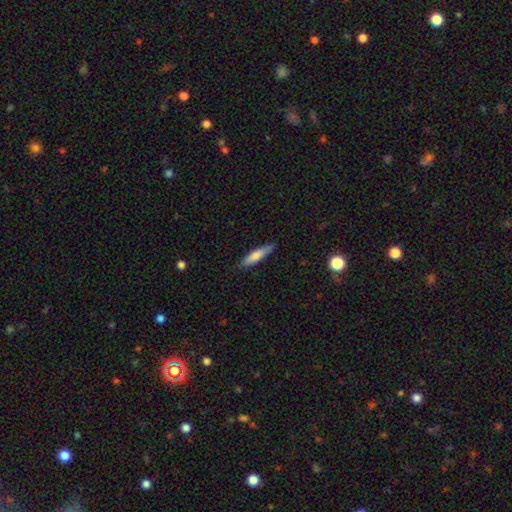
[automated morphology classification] Smooth or featured?
  - smooth: 73% *
  - featured or disk: 21%
  - star or artifact: 6%
How rounded?
  - cigar-shaped: 78% *
  - in between: 21%
  - round: 1%
Merging?
  - none: 84% *
  - minor disturbance: 13%
  - major disturbance: 2%
  - merger: 1%